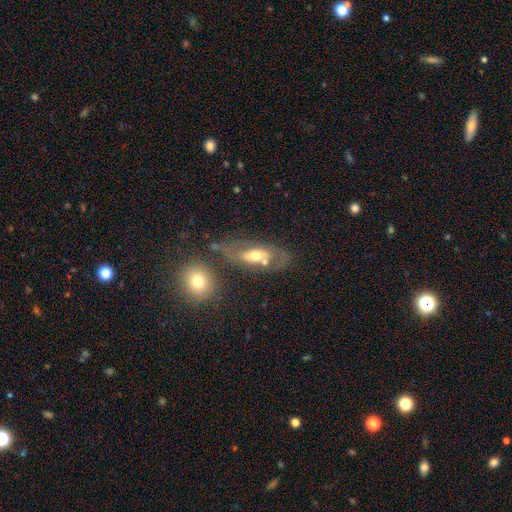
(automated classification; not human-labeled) Overall: featured or disk (53%; smooth 39%). Edge-on disk: no (81%). Merging: none (46%; merger 21%).